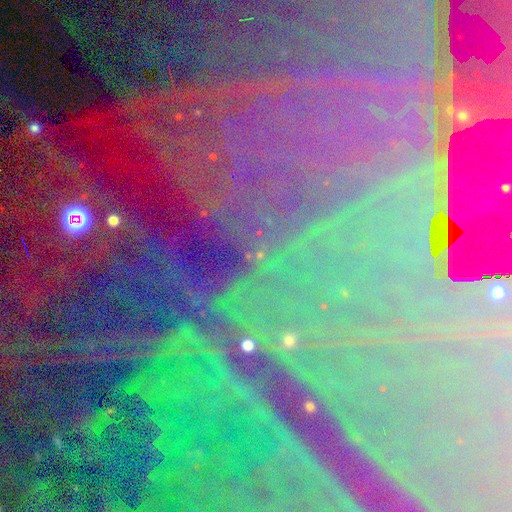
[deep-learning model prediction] Q: Smooth or featured?
A: star or artifact (88%); runner-up: featured or disk (7%)